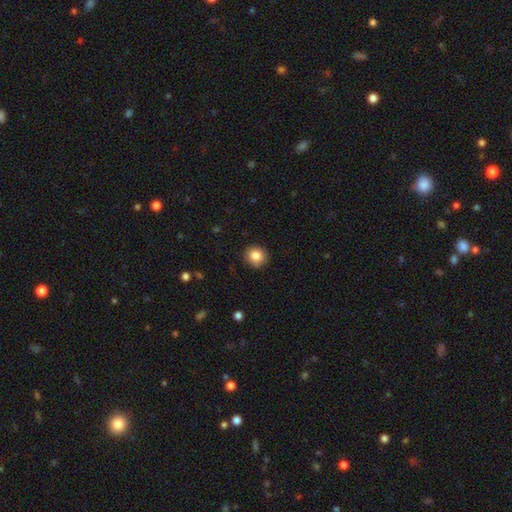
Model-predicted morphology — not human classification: Smooth or featured? Predicted: smooth (p=0.85). How rounded? Predicted: round (p=0.89). Merging? Predicted: none (p=0.89).